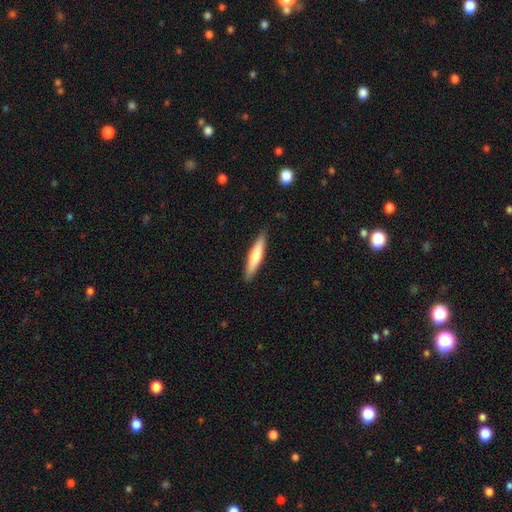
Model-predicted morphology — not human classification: Smooth or featured? smooth (65%)
How rounded? cigar-shaped (89%)
Merging? none (90%)